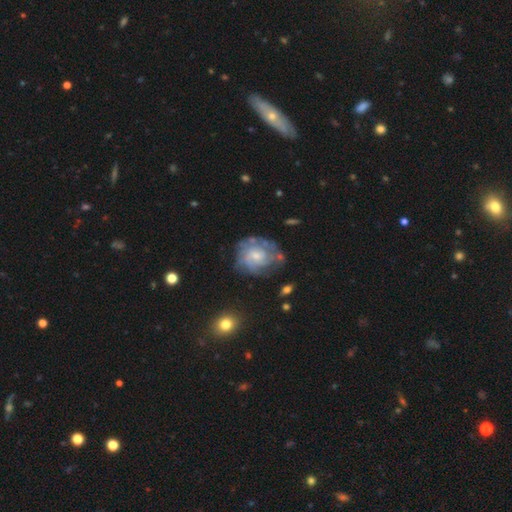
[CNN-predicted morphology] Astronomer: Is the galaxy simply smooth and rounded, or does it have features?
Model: featured or disk — 76%.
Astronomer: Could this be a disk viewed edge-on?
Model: no — 98%.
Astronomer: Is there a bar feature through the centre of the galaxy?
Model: no — 66%.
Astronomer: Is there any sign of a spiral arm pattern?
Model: yes — 87%.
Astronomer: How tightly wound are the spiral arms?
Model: tight — 62%.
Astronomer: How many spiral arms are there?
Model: can't tell — 45% (runner-up: 2, 22%).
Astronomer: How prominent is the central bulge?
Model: small — 54% (runner-up: moderate, 36%).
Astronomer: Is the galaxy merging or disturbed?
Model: none — 63%.